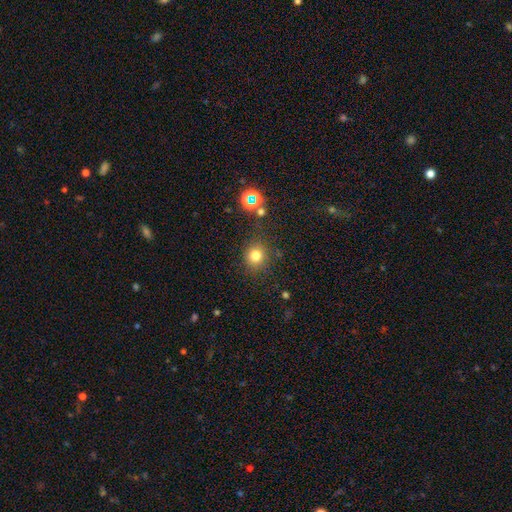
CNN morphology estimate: Smooth or featured: smooth — 77% (star or artifact — 17%)
How rounded: round — 87% (in between — 12%)
Merging: none — 84% (minor disturbance — 9%)